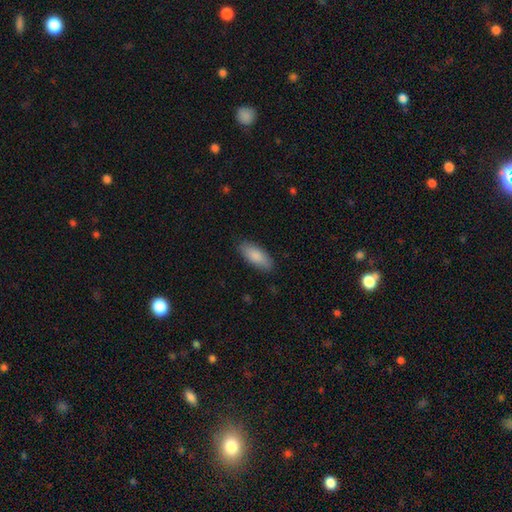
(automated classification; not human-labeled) Overall: smooth (87%). How rounded: in between (80%). Merging: none (86%).